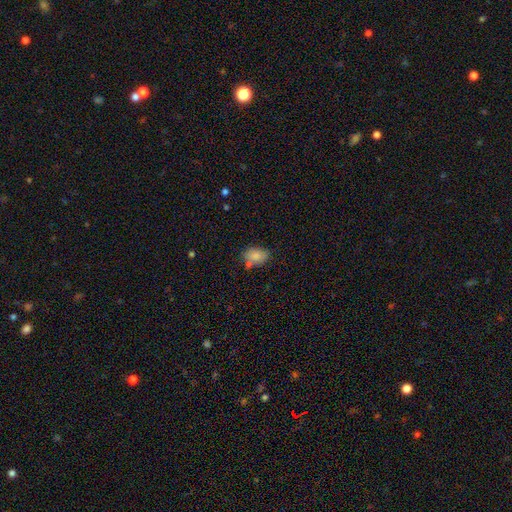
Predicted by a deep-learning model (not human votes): smooth_or_featured: smooth (p=0.83) [alt: star or artifact p=0.09]
how_rounded: in between (p=0.82) [alt: round p=0.17]
merging: none (p=0.64) [alt: minor disturbance p=0.19]